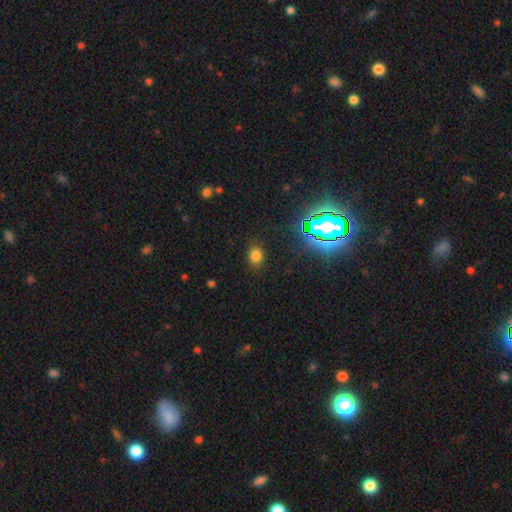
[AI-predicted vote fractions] A smooth galaxy with no disk features (74%) that is in between round and cigar-shaped (59%).

Vote fractions:
- Smooth or featured? smooth: 74% / star or artifact: 21% / featured or disk: 6%
- How rounded? in between: 59% / round: 40% / cigar-shaped: 1%
- Merging? none: 85% / minor disturbance: 10% / major disturbance: 3% / merger: 1%